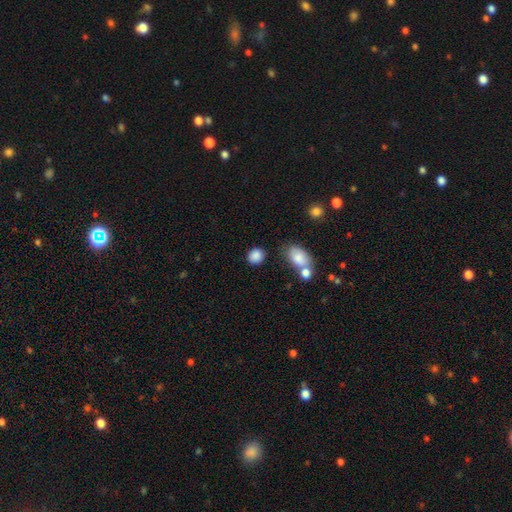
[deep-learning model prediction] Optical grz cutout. It shows a smooth galaxy with no disk features (87%) that is round (68%). Merging: none (74%).